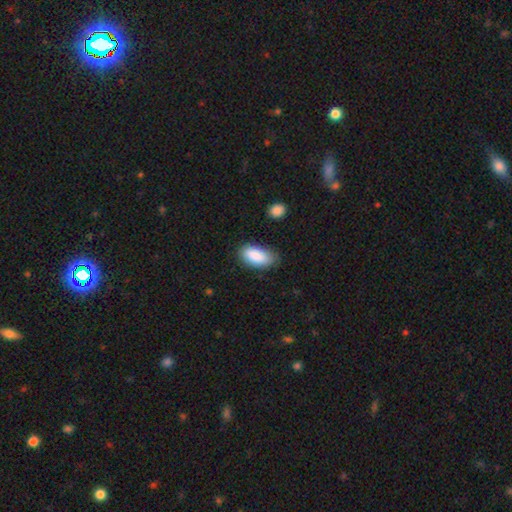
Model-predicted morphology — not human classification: Smooth or featured? Predicted: smooth (p=0.89). How rounded? Predicted: in between (p=0.93). Merging? Predicted: none (p=0.77).